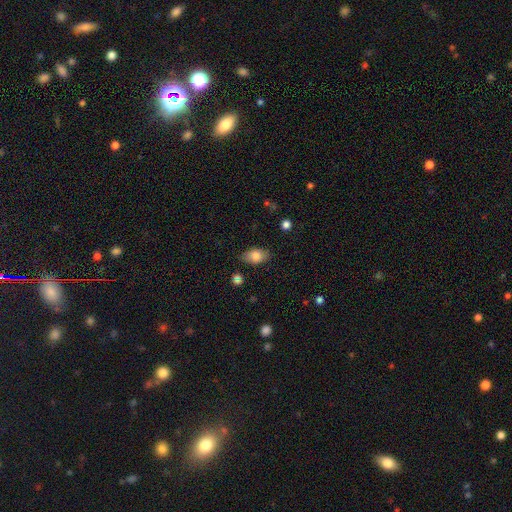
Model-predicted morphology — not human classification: smooth 80%, featured or disk 12%, star or artifact 8%. Down the decision tree: how rounded — in between (88%); merging — none (81%).